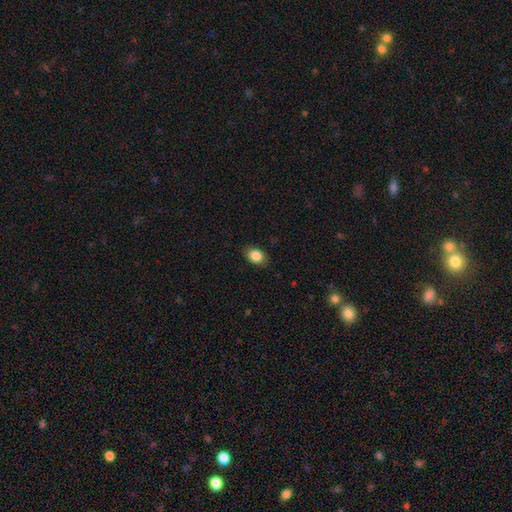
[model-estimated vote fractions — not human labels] Smooth or featured?
  - smooth: 86% *
  - star or artifact: 9%
  - featured or disk: 5%
How rounded?
  - in between: 69% *
  - round: 30%
  - cigar-shaped: 1%
Merging?
  - none: 85% *
  - minor disturbance: 11%
  - major disturbance: 3%
  - merger: 1%